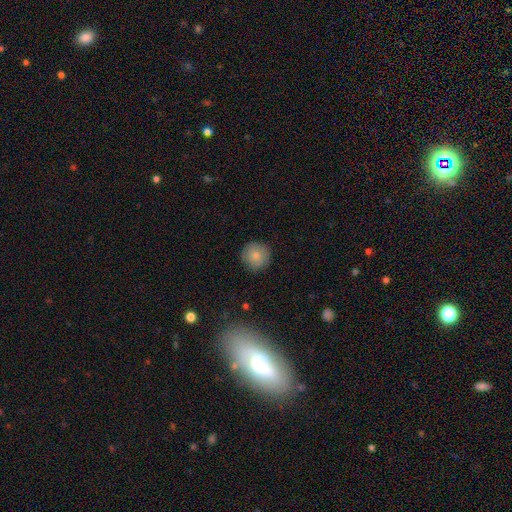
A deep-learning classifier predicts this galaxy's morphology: smooth 81%, featured or disk 10%, star or artifact 8%. Down the decision tree: how rounded — round (95%); merging — none (87%).